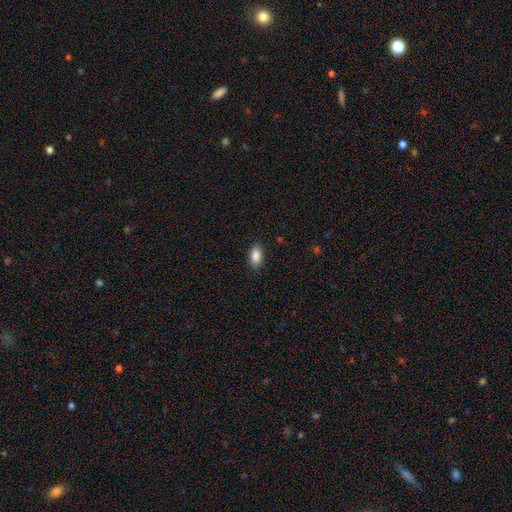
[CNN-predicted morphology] A smooth galaxy with no disk features (89%) that is in between round and cigar-shaped (92%).

Vote fractions:
- Smooth or featured? smooth: 89% / star or artifact: 7% / featured or disk: 4%
- How rounded? in between: 92% / cigar-shaped: 5% / round: 4%
- Merging? none: 88% / minor disturbance: 9% / major disturbance: 2% / merger: 1%